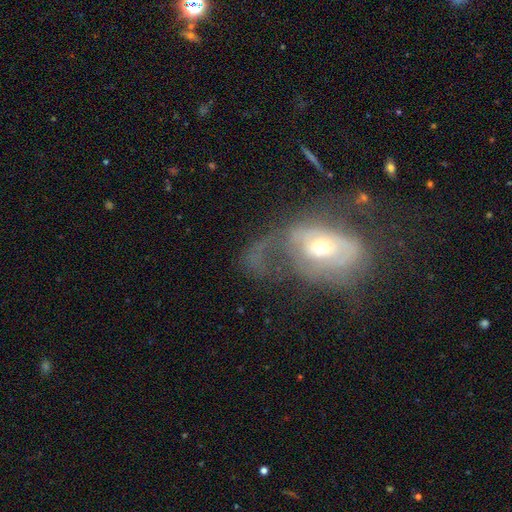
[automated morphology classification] A featured or disk galaxy (57%) with no bar (71%), no spiral arms (53%) and a moderate central bulge (53%). Merging: major disturbance (55%).